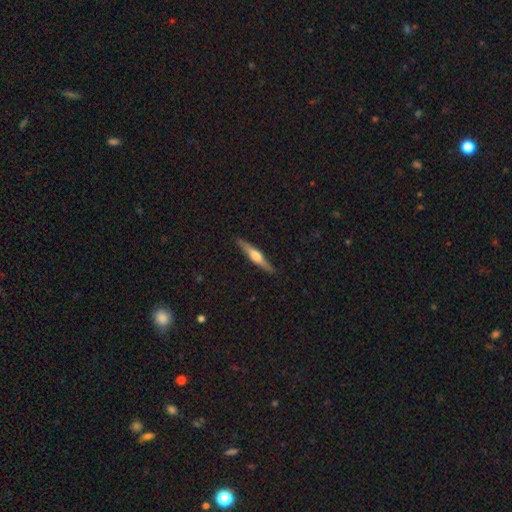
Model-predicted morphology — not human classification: Overall: featured or disk (63%; smooth 32%). Edge-on disk: yes (97%). Edge-on bulge: rounded (86%). Merging: none (89%).